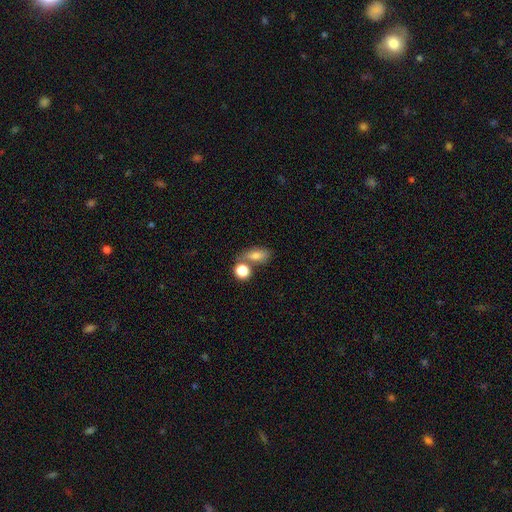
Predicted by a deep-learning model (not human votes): Smooth or featured? smooth (77%)
How rounded? in between (75%)
Merging? none (52%)